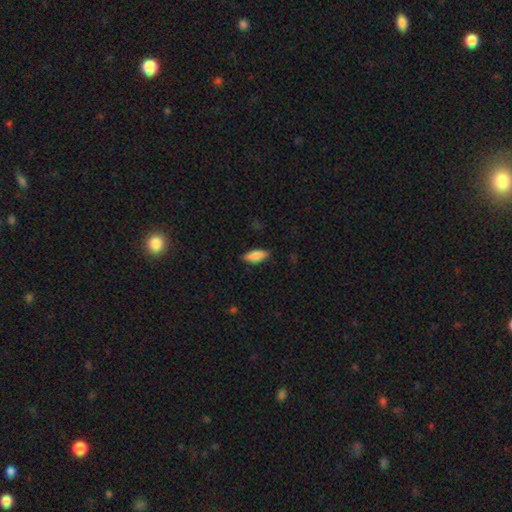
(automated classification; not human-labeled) The model was most divided on "how rounded": in between: 76%, cigar-shaped: 22%, round: 2%. More confident: smooth or featured — smooth (86%); merging — none (85%).